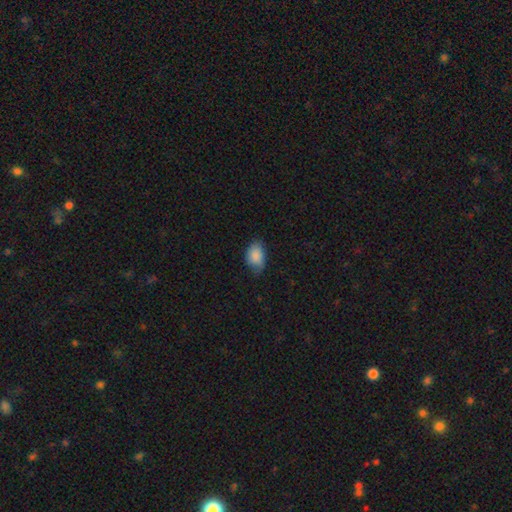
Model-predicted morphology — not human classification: type=smooth (84%); roundness=in between (86%); merging=none (61%).